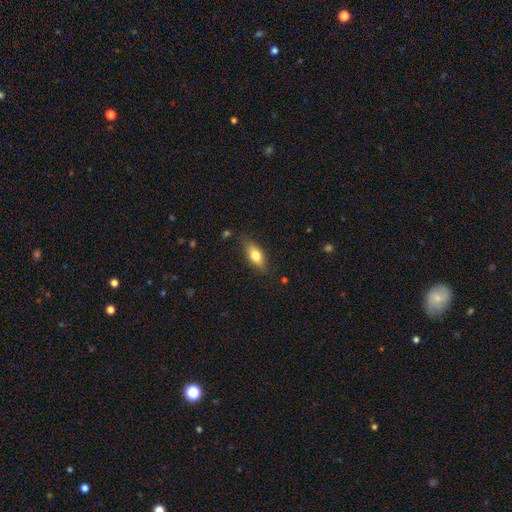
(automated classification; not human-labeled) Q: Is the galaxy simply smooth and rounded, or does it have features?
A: smooth — 76%.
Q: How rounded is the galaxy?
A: in between — 83%.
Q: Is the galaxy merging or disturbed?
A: none — 80%.